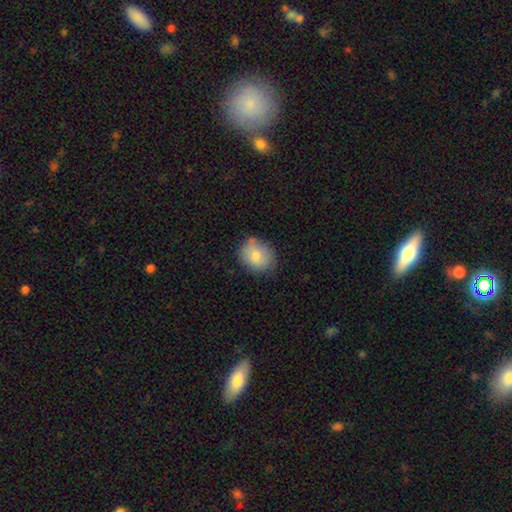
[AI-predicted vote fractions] A smooth galaxy with no disk features (79%) that is round (58%).

Vote fractions:
- Smooth or featured? smooth: 79% / featured or disk: 13% / star or artifact: 8%
- How rounded? round: 58% / in between: 41% / cigar-shaped: 1%
- Merging? none: 72% / minor disturbance: 22% / major disturbance: 4% / merger: 2%